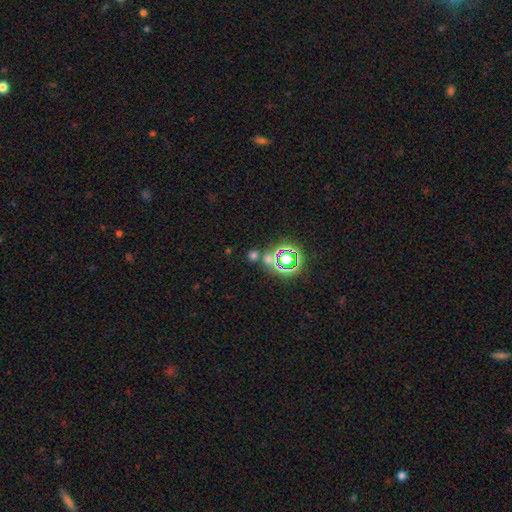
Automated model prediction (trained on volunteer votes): This appears to be a star or artifact, not a galaxy (62%).